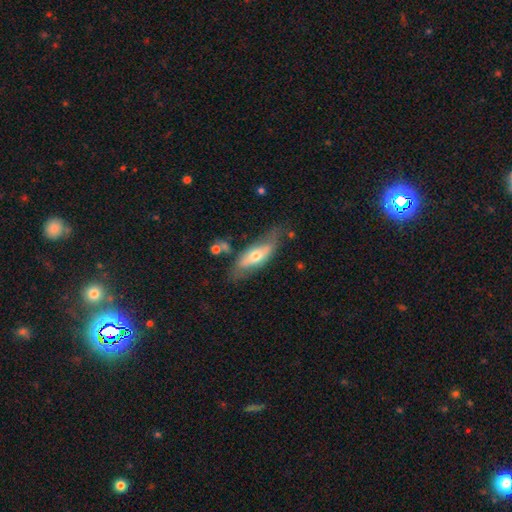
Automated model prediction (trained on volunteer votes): Overall: featured or disk (49%; smooth 45%). Merging: none (60%; minor disturbance 25%).